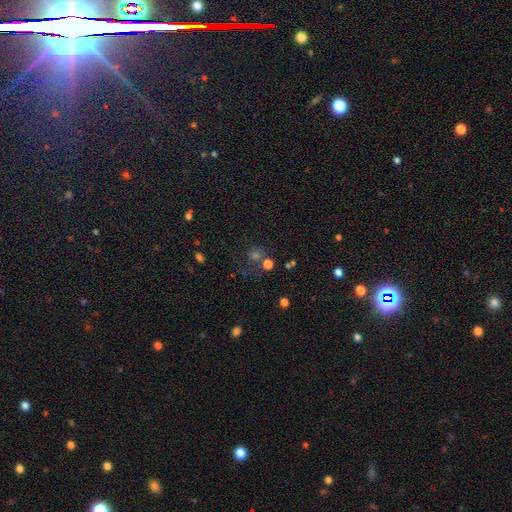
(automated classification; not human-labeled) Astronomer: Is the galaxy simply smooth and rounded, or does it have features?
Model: star or artifact — 45% (runner-up: smooth, 41%).